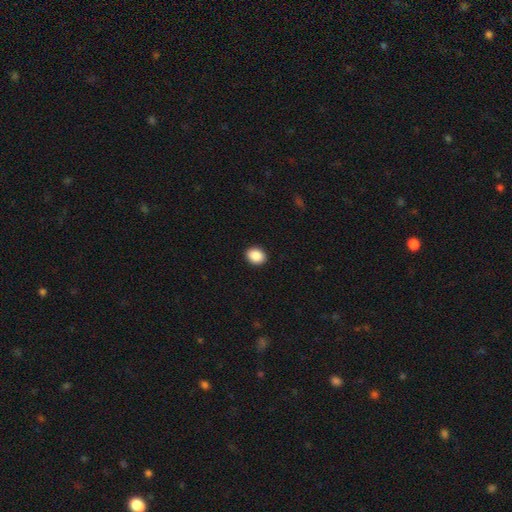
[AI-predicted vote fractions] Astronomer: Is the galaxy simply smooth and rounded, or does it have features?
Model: smooth — 89%.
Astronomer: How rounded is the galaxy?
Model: in between — 55% (runner-up: round, 44%).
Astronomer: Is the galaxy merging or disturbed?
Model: none — 92%.